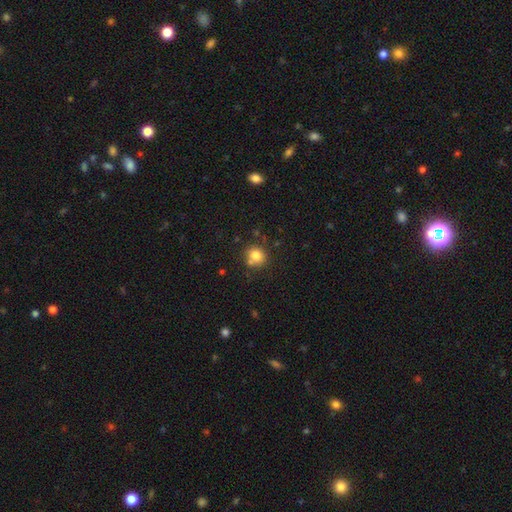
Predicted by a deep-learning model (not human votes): Smooth or featured?
  - smooth: 80% *
  - star or artifact: 12%
  - featured or disk: 8%
How rounded?
  - round: 86% *
  - in between: 14%
  - cigar-shaped: 1%
Merging?
  - none: 71% *
  - merger: 13%
  - minor disturbance: 12%
  - major disturbance: 4%